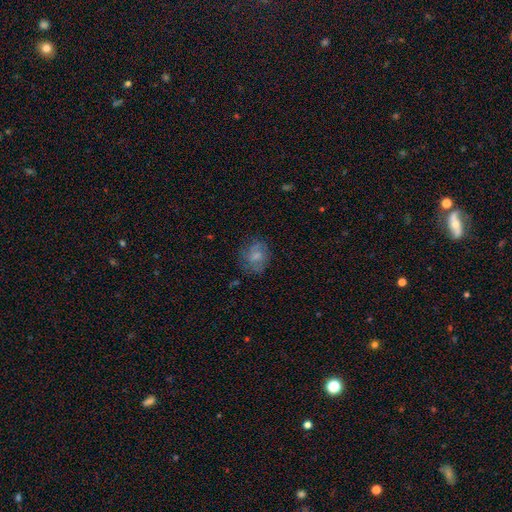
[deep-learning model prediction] smooth 62%, featured or disk 29%, star or artifact 9%. Down the decision tree: how rounded — round (62%); merging — none (67%).